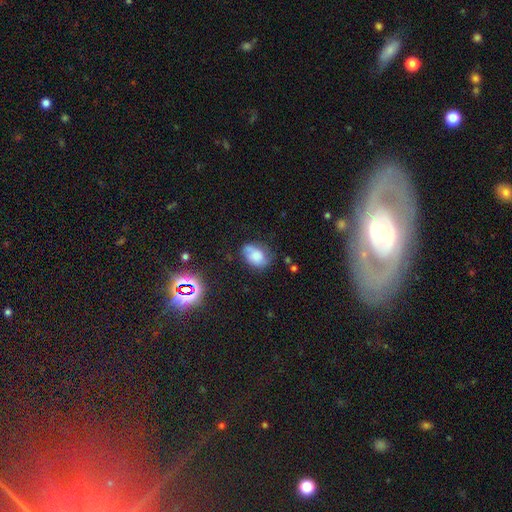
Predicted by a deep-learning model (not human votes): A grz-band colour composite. It shows a smooth galaxy with no disk features (64%) that is in between round and cigar-shaped (80%). Merging: none (55%).